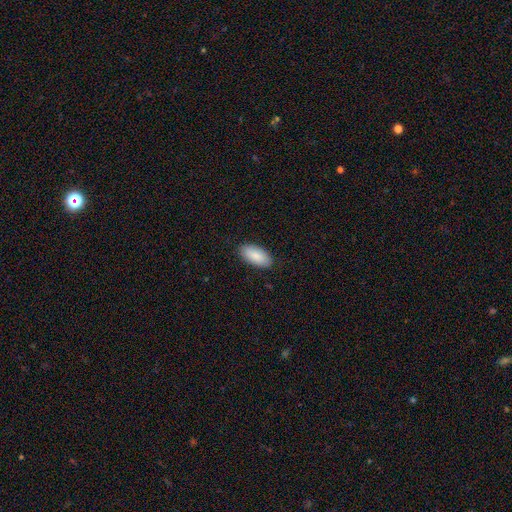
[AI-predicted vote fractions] Smooth or featured?
  - smooth: 89% *
  - star or artifact: 5%
  - featured or disk: 5%
How rounded?
  - in between: 92% *
  - cigar-shaped: 6%
  - round: 2%
Merging?
  - none: 88% *
  - minor disturbance: 9%
  - major disturbance: 2%
  - merger: 1%